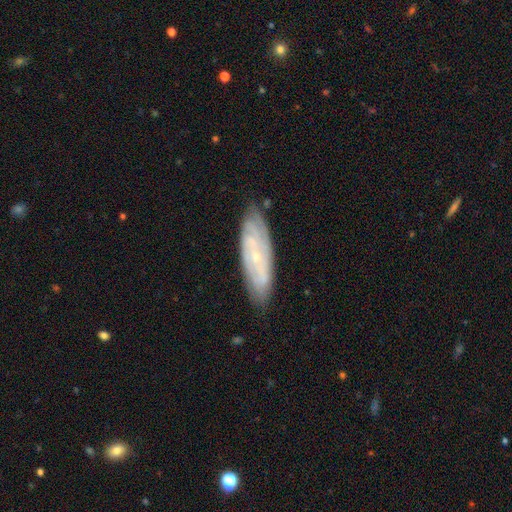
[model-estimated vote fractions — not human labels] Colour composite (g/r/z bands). It shows a featured or disk galaxy (74%) with no bar (68%), tight (66%) spiral arms (87%) and a small central bulge (79%). Merging: none (79%).